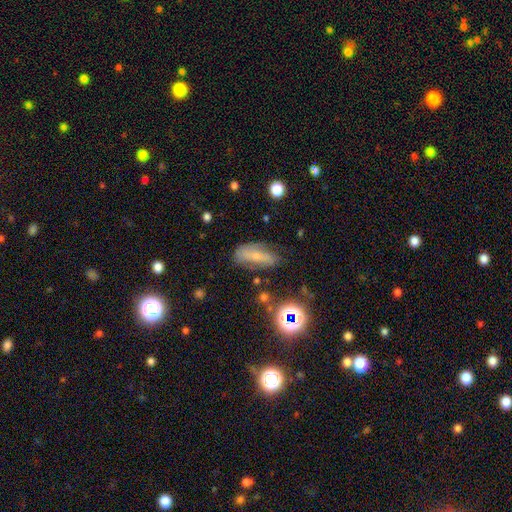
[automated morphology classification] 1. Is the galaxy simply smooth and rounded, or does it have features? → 46% smooth, 39% featured or disk, 15% star or artifact.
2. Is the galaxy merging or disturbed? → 61% none, 25% minor disturbance, 10% major disturbance, 4% merger.